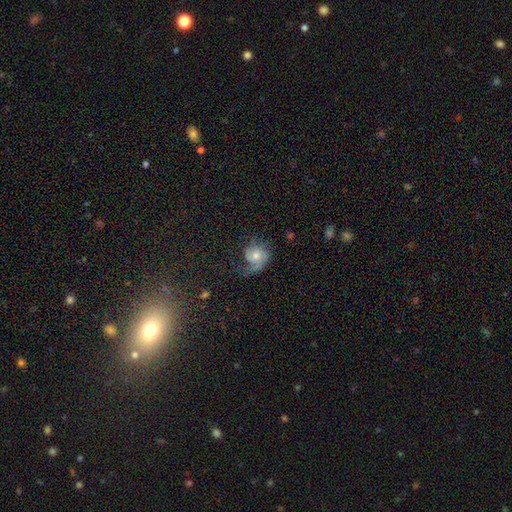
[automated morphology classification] A featured or disk galaxy (69%) with no bar (74%), 2 (43%) medium (41%) spiral arms (92%) and a moderate central bulge (57%).

Vote fractions:
- Smooth or featured? featured or disk: 69% / smooth: 21% / star or artifact: 10%
- Edge-on disk? no: 97% / yes: 3%
- Bar? no: 74% / weak: 22% / strong: 4%
- Spiral arms? yes: 92% / no: 8%
- Spiral winding? medium: 41% / loose: 33% / tight: 26%
- Spiral arm count? 2: 43% / 1: 39% / can't tell: 10% / 3: 5% / 4: 2% / more than 4: 2%
- Bulge size? moderate: 57% / small: 35% / large: 5% / none: 2% / dominant: 1%
- Merging? none: 50% / major disturbance: 25% / minor disturbance: 23% / merger: 2%